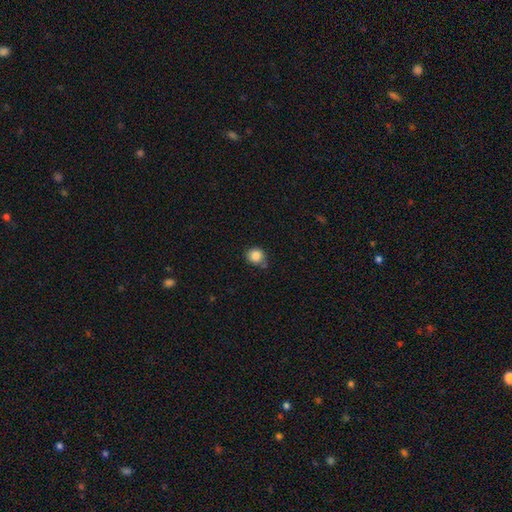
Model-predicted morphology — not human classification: Overall: smooth (86%). How rounded: round (83%). Merging: none (68%).